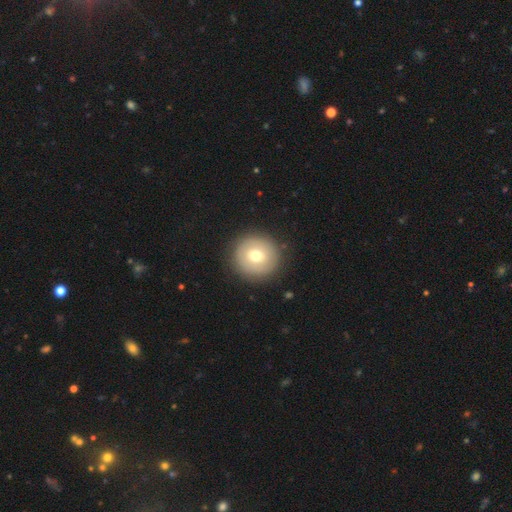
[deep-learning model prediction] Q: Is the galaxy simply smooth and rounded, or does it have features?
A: smooth — 67%.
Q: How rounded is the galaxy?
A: round — 95%.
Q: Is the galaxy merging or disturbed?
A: none — 89%.